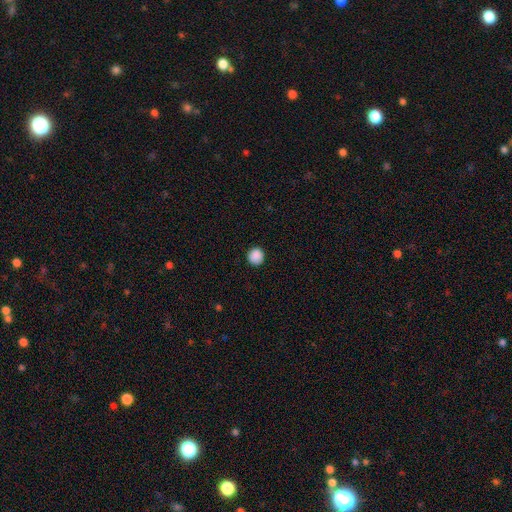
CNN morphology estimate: Overall: smooth (89%). How rounded: round (92%). Merging: none (92%).